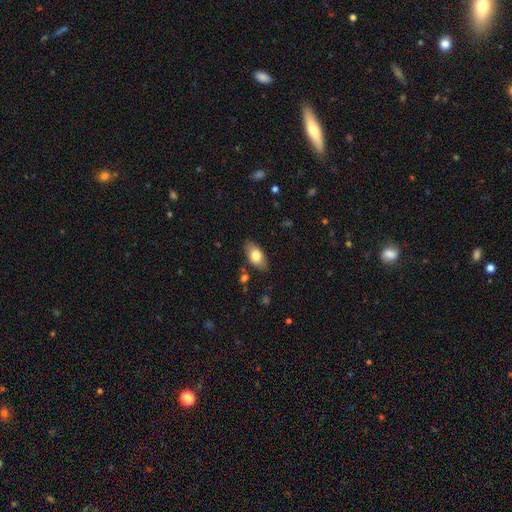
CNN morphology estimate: This appears to be a smooth galaxy with no disk features (76%) that is in between round and cigar-shaped (91%). Merging: none (83%).